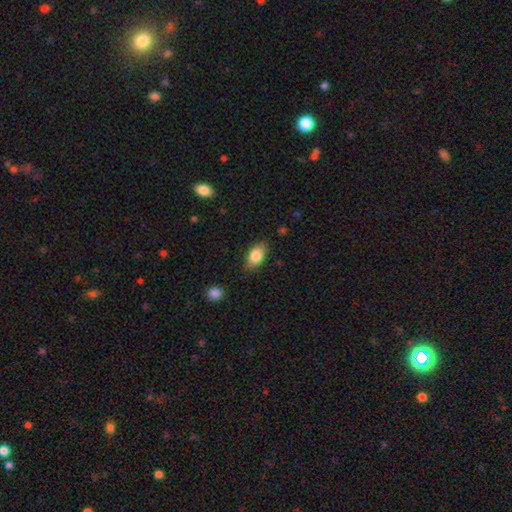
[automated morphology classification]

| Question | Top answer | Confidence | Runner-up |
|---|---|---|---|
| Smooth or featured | smooth | 83% | featured or disk (9%) |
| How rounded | in between | 90% | round (7%) |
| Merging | none | 82% | minor disturbance (13%) |